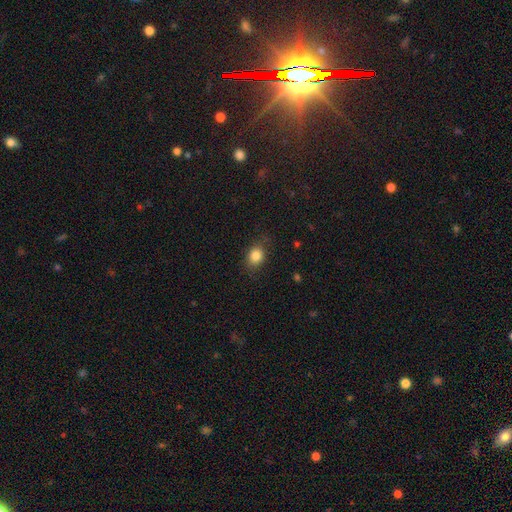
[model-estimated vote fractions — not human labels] Smooth or featured? Predicted: smooth (p=0.85). How rounded? Predicted: round (p=0.51). Merging? Predicted: none (p=0.80).